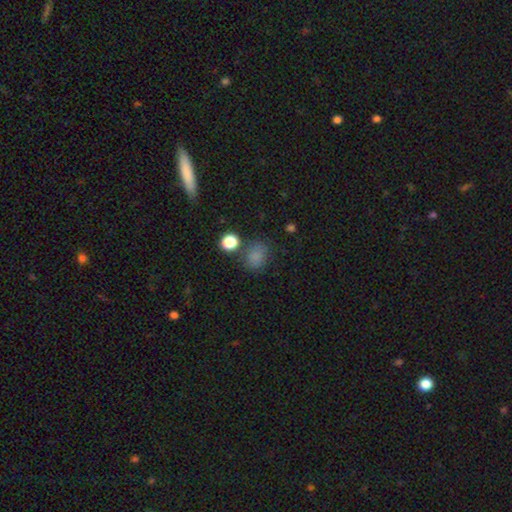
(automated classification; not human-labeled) A smooth galaxy with no disk features (80%) that is round (56%).

Vote fractions:
- Smooth or featured? smooth: 80% / star or artifact: 14% / featured or disk: 5%
- How rounded? round: 56% / in between: 43% / cigar-shaped: 1%
- Merging? none: 71% / minor disturbance: 16% / merger: 8% / major disturbance: 6%